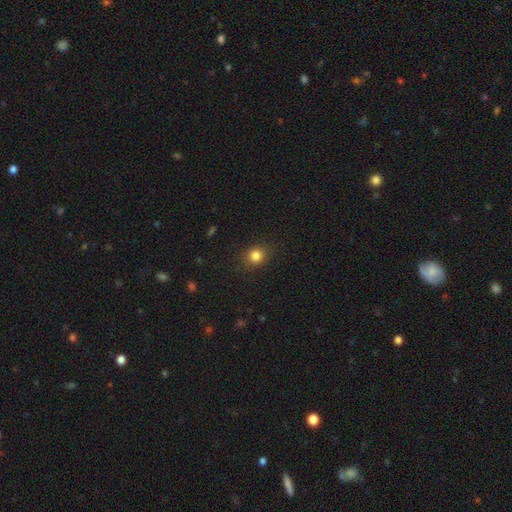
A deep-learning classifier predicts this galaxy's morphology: A smooth galaxy with no disk features (83%) that is round (78%).

Vote fractions:
- Smooth or featured? smooth: 83% / star or artifact: 12% / featured or disk: 5%
- How rounded? round: 78% / in between: 21% / cigar-shaped: 1%
- Merging? none: 87% / minor disturbance: 10% / major disturbance: 3% / merger: 1%